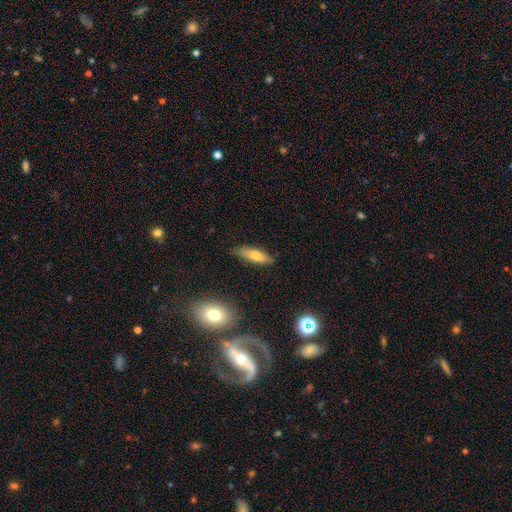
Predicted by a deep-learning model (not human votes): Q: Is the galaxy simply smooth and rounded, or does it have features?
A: smooth — 71%.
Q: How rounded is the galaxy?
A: cigar-shaped — 54%.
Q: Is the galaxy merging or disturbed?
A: none — 78%.